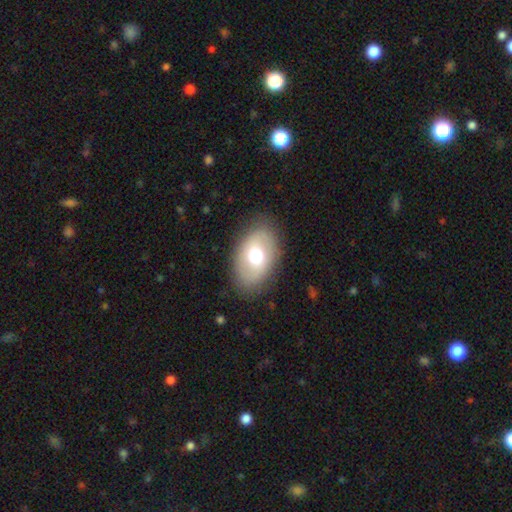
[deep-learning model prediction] This is possibly a smooth galaxy (60%). How rounded: clearly in between (84%). Merging: clearly none (83%).